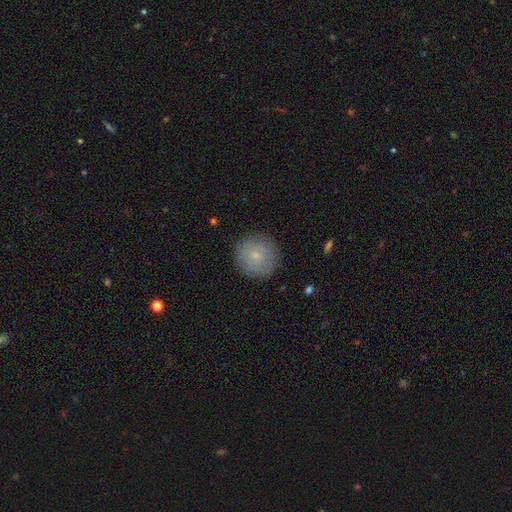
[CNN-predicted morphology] type=smooth (76%); roundness=round (94%); merging=none (87%).